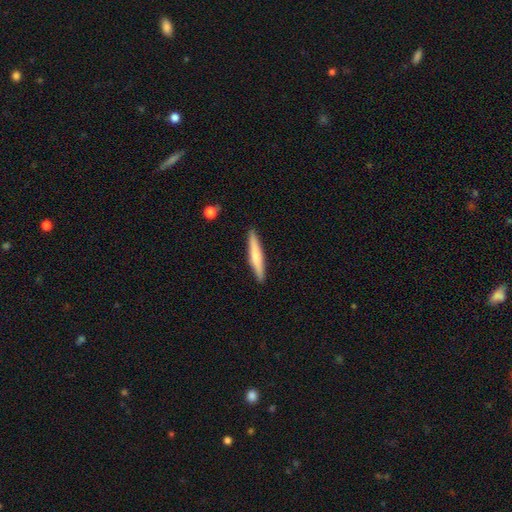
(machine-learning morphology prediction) This appears to be a smooth galaxy with no disk features (60%) that is cigar-shaped (93%). Merging: none (91%).